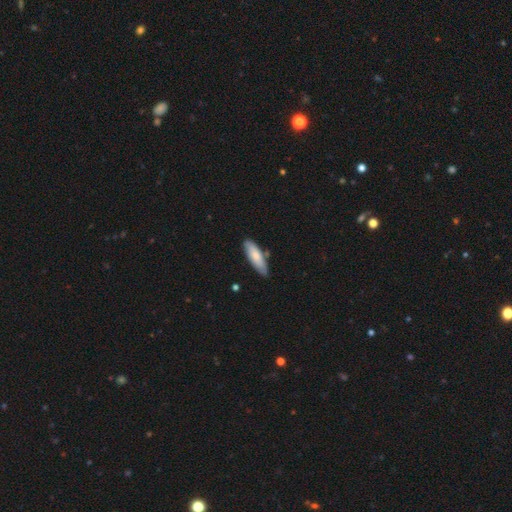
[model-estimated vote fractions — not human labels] The model was most divided on "how rounded": cigar-shaped: 52%, in between: 47%, round: 2%. More confident: merging — none (78%); smooth or featured — smooth (74%).